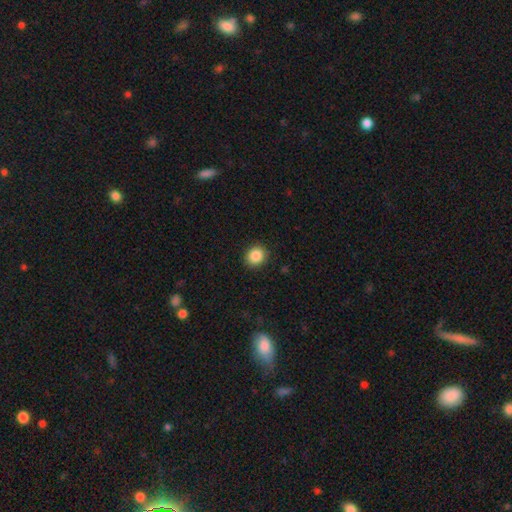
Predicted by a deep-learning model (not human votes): Smooth or featured? Predicted: smooth (p=0.87). How rounded? Predicted: round (p=0.78). Merging? Predicted: none (p=0.91).